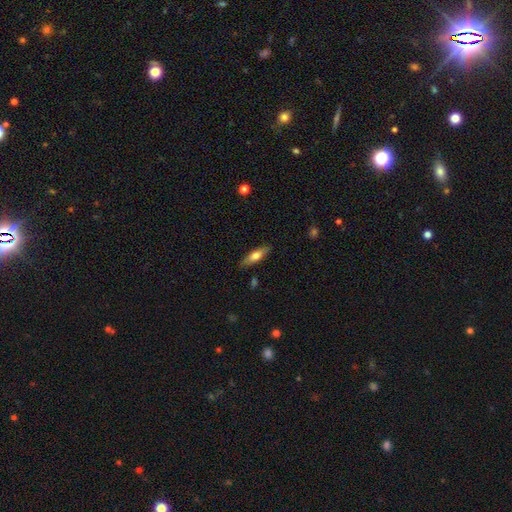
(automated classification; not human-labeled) Smooth or featured? Predicted: smooth (p=0.64). How rounded? Predicted: cigar-shaped (p=0.52). Merging? Predicted: none (p=0.87).